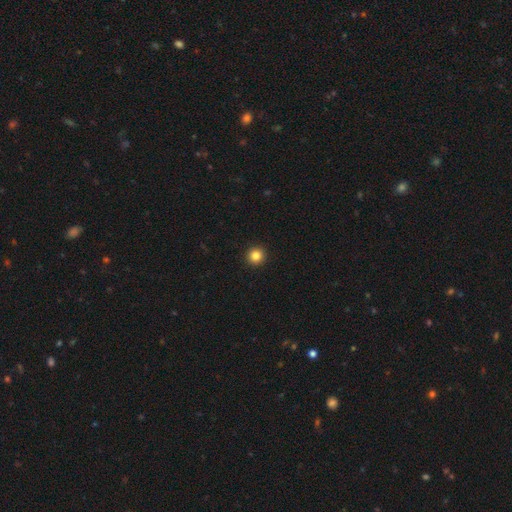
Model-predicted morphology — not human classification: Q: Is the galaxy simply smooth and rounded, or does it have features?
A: smooth — 84%.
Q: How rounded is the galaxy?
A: round — 96%.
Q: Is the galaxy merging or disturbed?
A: none — 94%.